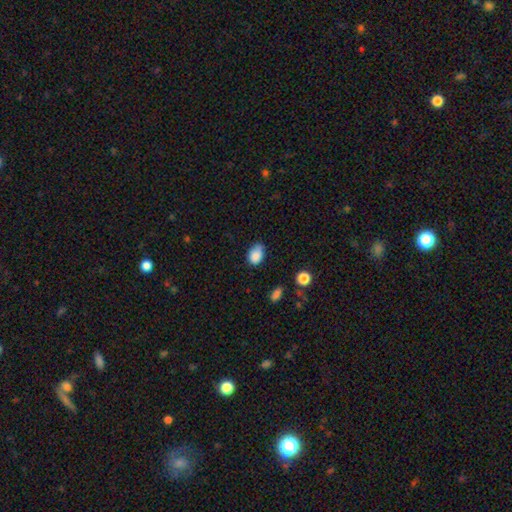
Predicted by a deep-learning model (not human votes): Smooth or featured: smooth — 86% (star or artifact — 9%)
How rounded: in between — 78% (round — 21%)
Merging: none — 59% (minor disturbance — 33%)